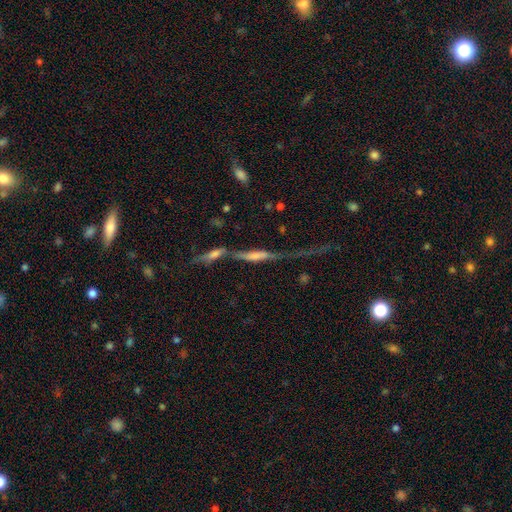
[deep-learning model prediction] The model was most divided on "smooth or featured": featured or disk: 51%, smooth: 38%, star or artifact: 11%. Remaining: edge-on disk — yes (80%); merging — merger (45%).